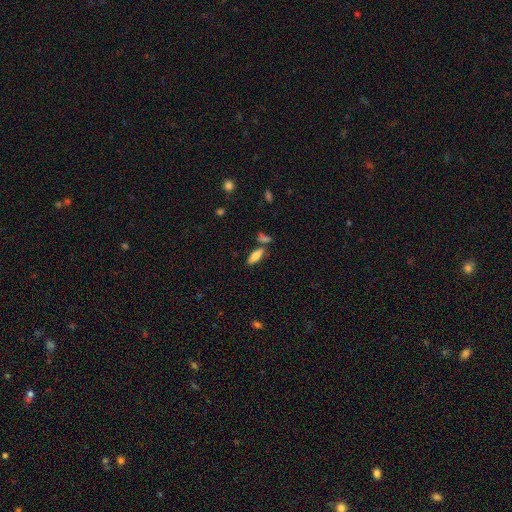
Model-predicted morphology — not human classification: Smooth or featured?
  - smooth: 73% *
  - featured or disk: 20%
  - star or artifact: 8%
How rounded?
  - in between: 67% *
  - cigar-shaped: 30%
  - round: 2%
Merging?
  - none: 67% *
  - merger: 15%
  - minor disturbance: 13%
  - major disturbance: 4%